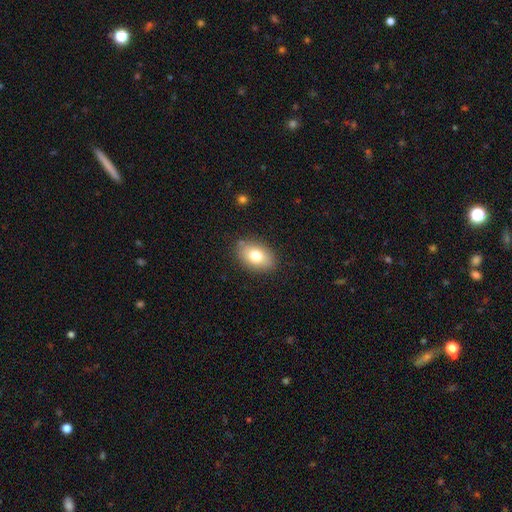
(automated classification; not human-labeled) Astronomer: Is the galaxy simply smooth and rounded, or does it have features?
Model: smooth — 76%.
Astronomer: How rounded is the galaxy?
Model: in between — 86%.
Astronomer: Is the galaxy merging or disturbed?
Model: none — 84%.